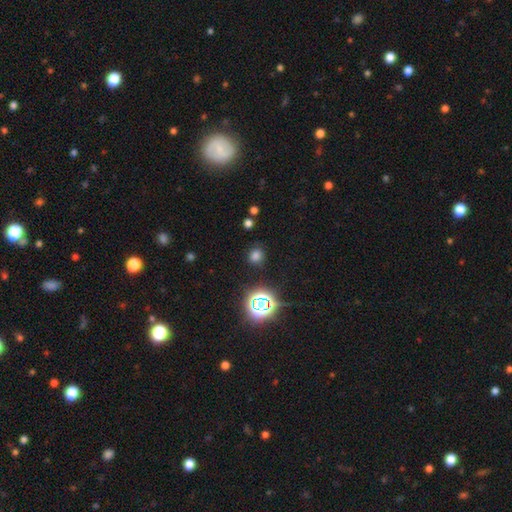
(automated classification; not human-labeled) A smooth galaxy with no disk features (67%) that is round (80%). Merging: none (85%).